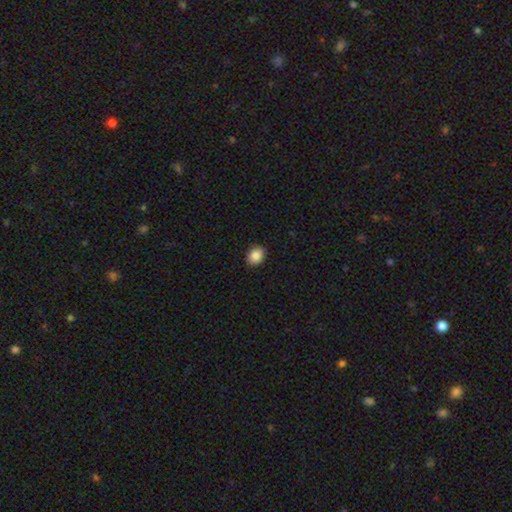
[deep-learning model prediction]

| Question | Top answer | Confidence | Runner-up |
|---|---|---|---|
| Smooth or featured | smooth | 87% | star or artifact (9%) |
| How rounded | in between | 51% | round (48%) |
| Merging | none | 91% | minor disturbance (7%) |